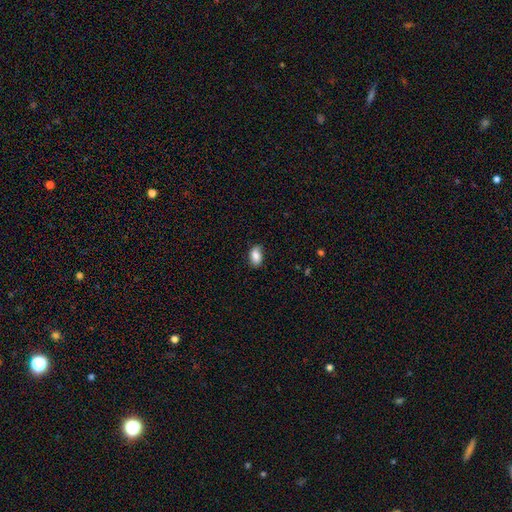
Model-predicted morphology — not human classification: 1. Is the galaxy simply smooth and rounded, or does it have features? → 84% smooth, 8% featured or disk, 8% star or artifact.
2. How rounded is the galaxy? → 89% in between, 9% round, 2% cigar-shaped.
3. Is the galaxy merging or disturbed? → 78% none, 18% minor disturbance, 3% major disturbance, 1% merger.